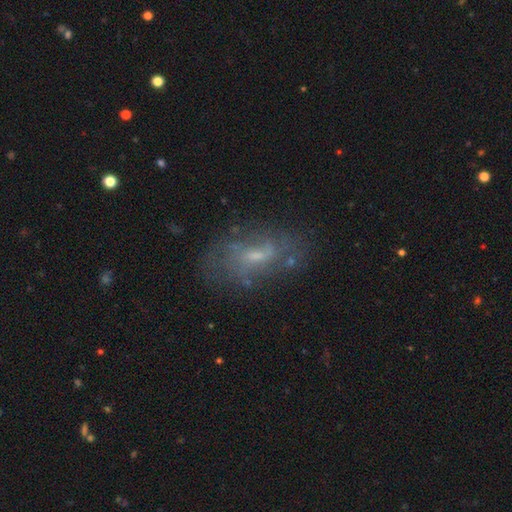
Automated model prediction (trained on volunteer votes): featured or disk 63%, smooth 26%, star or artifact 11%. Down the decision tree: edge-on disk — no (92%); bar — weak (51%); spiral arms — yes (67%); bulge size — small (54%); merging — none (62%).